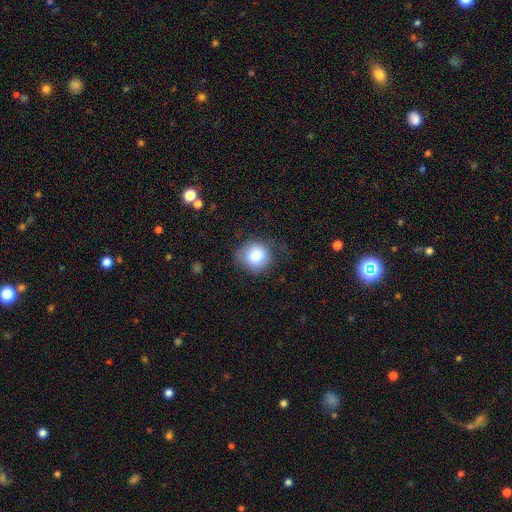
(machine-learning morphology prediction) A smooth galaxy with no disk features (81%) that is round (87%). Merging: none (70%).